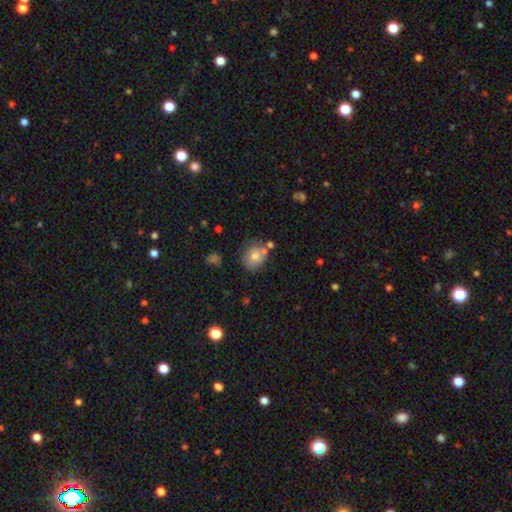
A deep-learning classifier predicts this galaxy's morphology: This is likely a smooth galaxy (75%). How rounded: likely round (70%). Merging: likely none (62%).